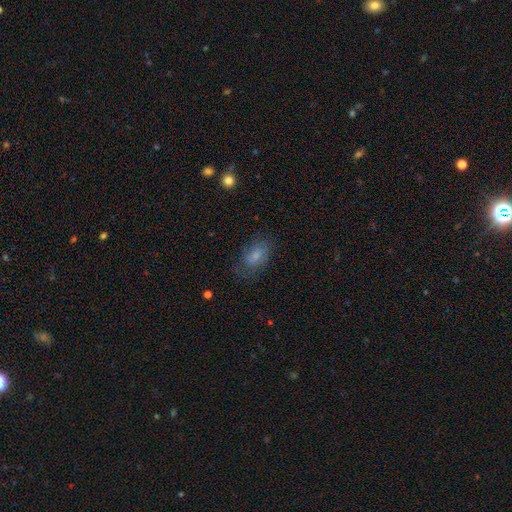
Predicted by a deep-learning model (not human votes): Q: Smooth or featured?
A: smooth (64%); runner-up: featured or disk (26%)
Q: How rounded?
A: in between (87%); runner-up: round (10%)
Q: Merging?
A: none (63%); runner-up: minor disturbance (23%)